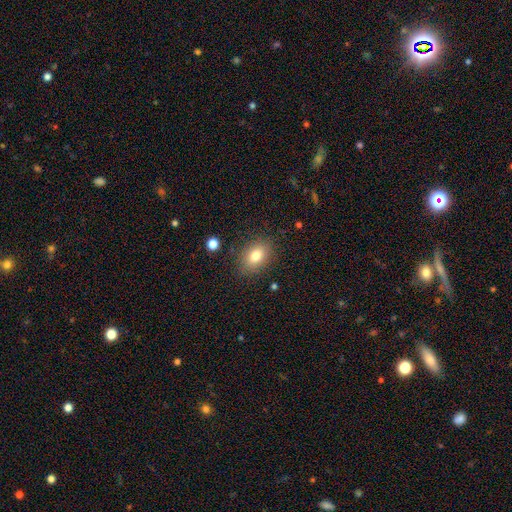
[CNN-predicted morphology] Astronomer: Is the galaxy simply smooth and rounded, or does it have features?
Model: smooth — 79%.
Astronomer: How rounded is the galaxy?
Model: in between — 77%.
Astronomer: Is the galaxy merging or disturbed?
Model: none — 84%.